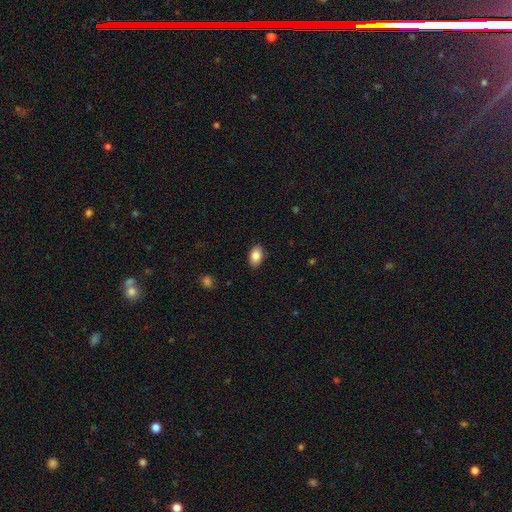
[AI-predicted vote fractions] Morphology: type=smooth (85%); roundness=in between (90%); merging=none (88%).